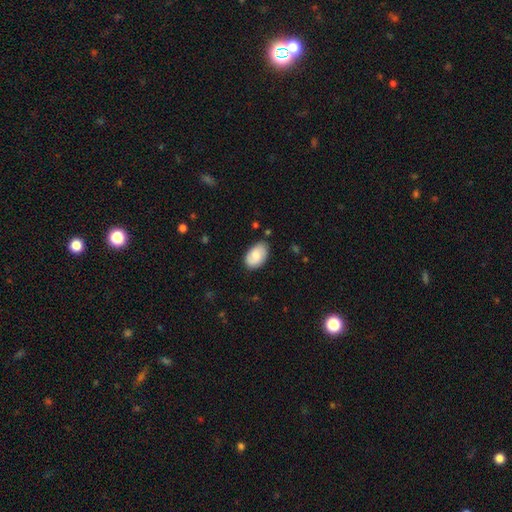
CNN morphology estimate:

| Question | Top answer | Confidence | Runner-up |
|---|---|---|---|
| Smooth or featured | smooth | 72% | featured or disk (21%) |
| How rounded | in between | 92% | round (7%) |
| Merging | none | 76% | minor disturbance (19%) |